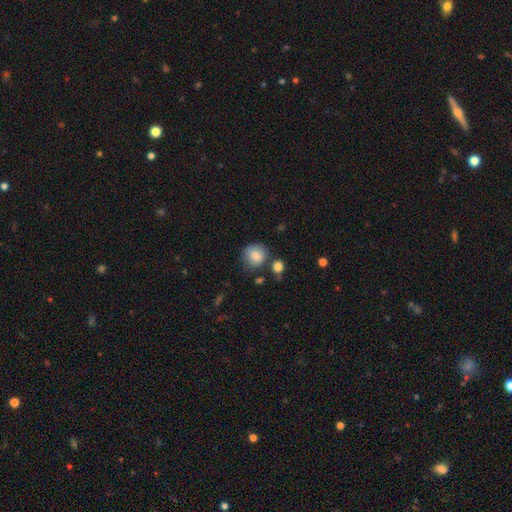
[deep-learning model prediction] This is clearly a smooth galaxy (84%). How rounded: clearly round (84%). Merging: likely none (71%).